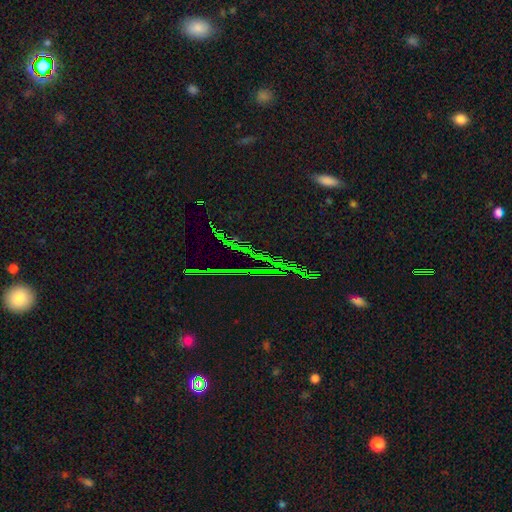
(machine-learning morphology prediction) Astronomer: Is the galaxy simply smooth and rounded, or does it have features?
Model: star or artifact — 78%.